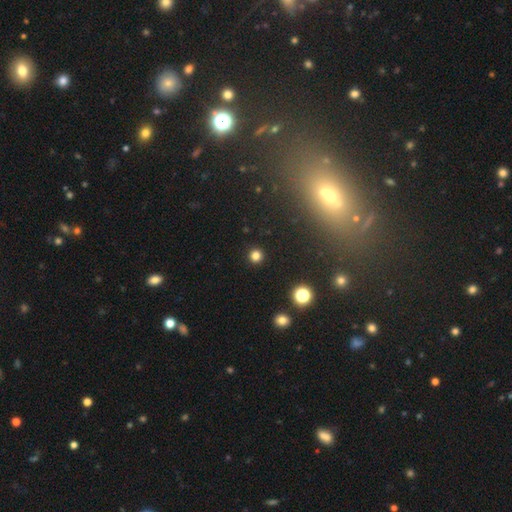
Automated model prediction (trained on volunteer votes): A smooth galaxy with no disk features (79%) that is round (94%).

Vote fractions:
- Smooth or featured? smooth: 79% / star or artifact: 16% / featured or disk: 4%
- How rounded? round: 94% / in between: 5% / cigar-shaped: 1%
- Merging? none: 93% / minor disturbance: 4% / major disturbance: 2% / merger: 1%